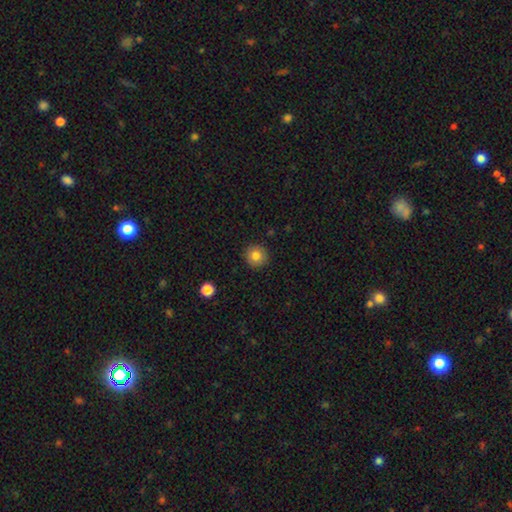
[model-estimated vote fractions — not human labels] Smooth or featured? smooth (82%)
How rounded? round (93%)
Merging? none (91%)